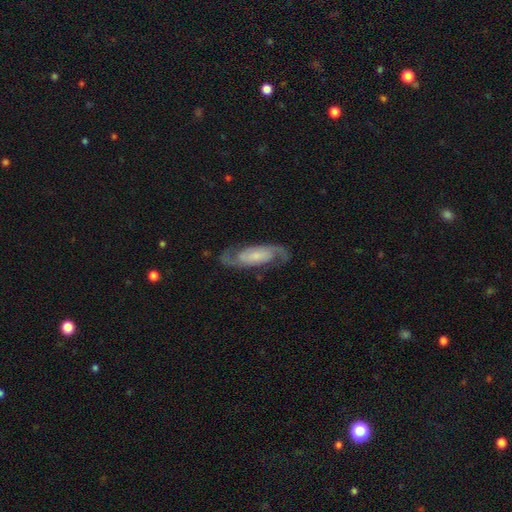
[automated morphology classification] type=featured or disk (86%); edge-on=no (92%); bar=no (53%); spiral arms=yes (97%); winding=medium (49%); arm count=2 (91%); bulge=small (52%); merging=none (80%).